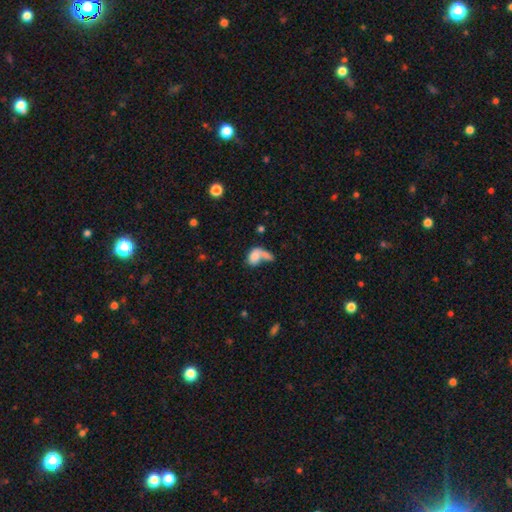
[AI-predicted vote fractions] A smooth galaxy with no disk features (73%) that is in between round and cigar-shaped (79%). Merging: merger (52%).